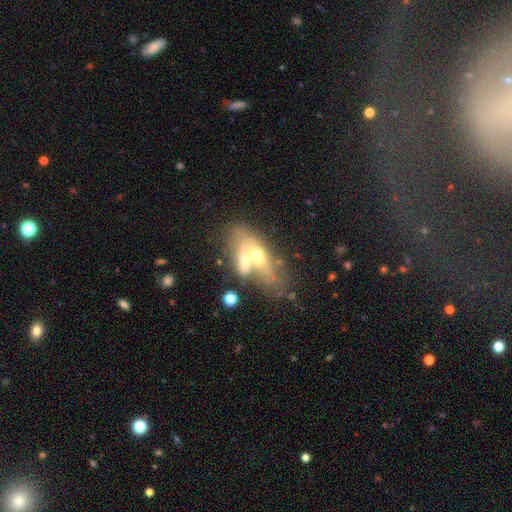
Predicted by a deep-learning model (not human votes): Q: Smooth or featured?
A: smooth (47%); runner-up: featured or disk (45%)
Q: Merging?
A: merger (55%); runner-up: none (23%)